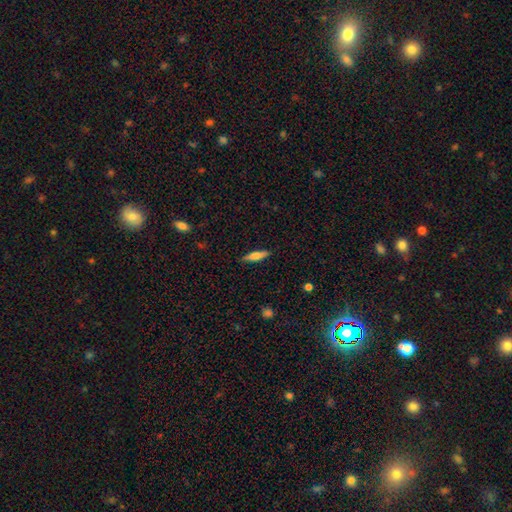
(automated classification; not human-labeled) Smooth or featured? smooth (60%)
How rounded? cigar-shaped (75%)
Merging? none (89%)